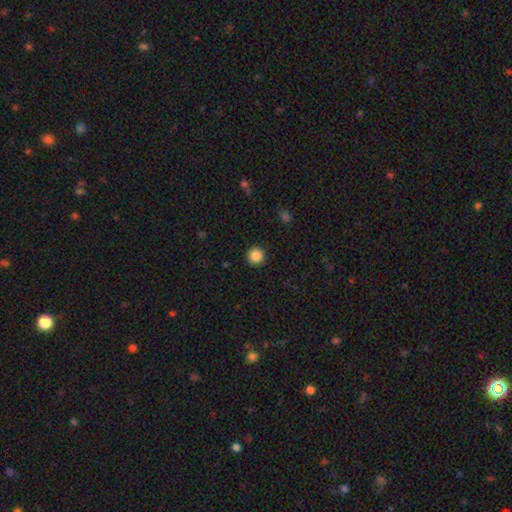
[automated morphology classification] smooth_or_featured: smooth (p=0.87) [alt: star or artifact p=0.10]
how_rounded: round (p=0.96) [alt: in between p=0.03]
merging: none (p=0.93) [alt: minor disturbance p=0.04]